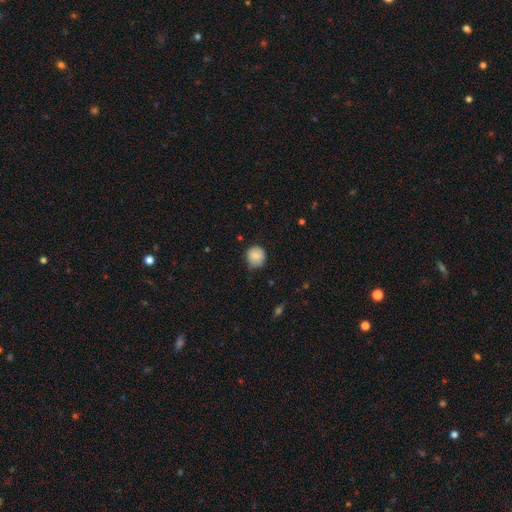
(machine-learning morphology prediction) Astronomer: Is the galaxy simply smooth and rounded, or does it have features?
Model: smooth — 83%.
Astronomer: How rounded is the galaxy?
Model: round — 84%.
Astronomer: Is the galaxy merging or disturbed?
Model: none — 62%.